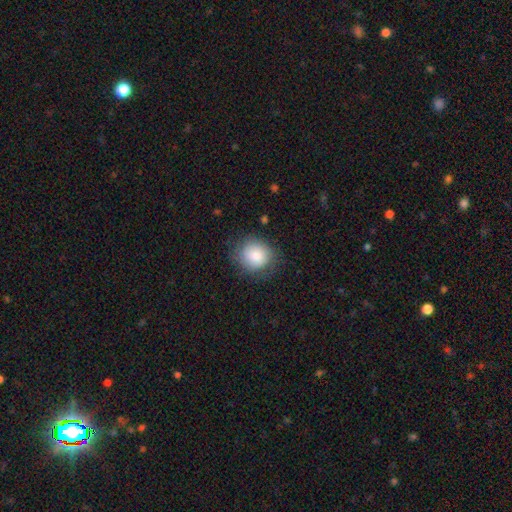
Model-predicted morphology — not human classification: smooth-or-featured: smooth: 77% | featured or disk: 15% | star or artifact: 8%
  how-rounded: round: 80% | in between: 19% | cigar-shaped: 1%
  merging: none: 74% | minor disturbance: 17% | major disturbance: 7% | merger: 1%